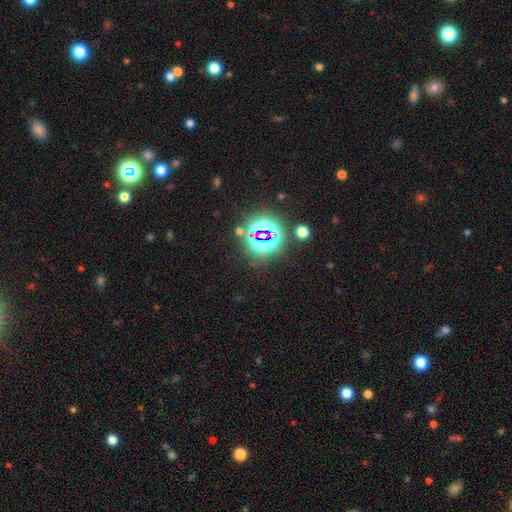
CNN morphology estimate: This is likely a star or artifact rather than a galaxy (80%).